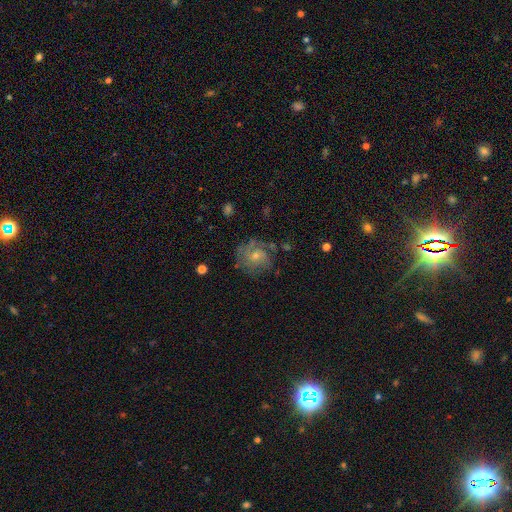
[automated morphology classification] A featured or disk galaxy (61%) with no bar (76%), spiral arms (83%) and a small central bulge (50%). Merging: none (71%).